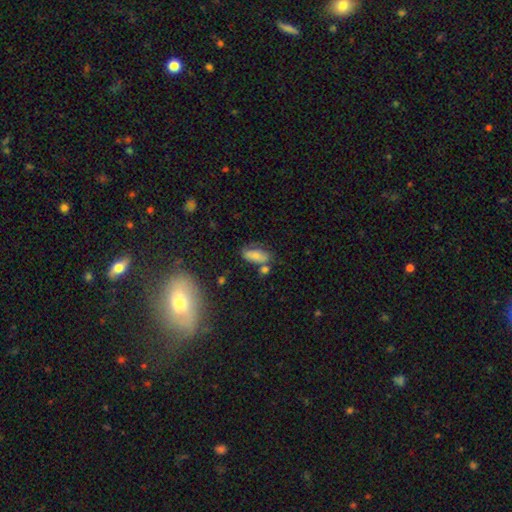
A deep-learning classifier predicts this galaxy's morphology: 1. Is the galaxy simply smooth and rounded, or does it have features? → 65% smooth, 24% featured or disk, 10% star or artifact.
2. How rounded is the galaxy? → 84% in between, 12% cigar-shaped, 4% round.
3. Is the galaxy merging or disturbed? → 53% none, 22% minor disturbance, 17% merger, 9% major disturbance.